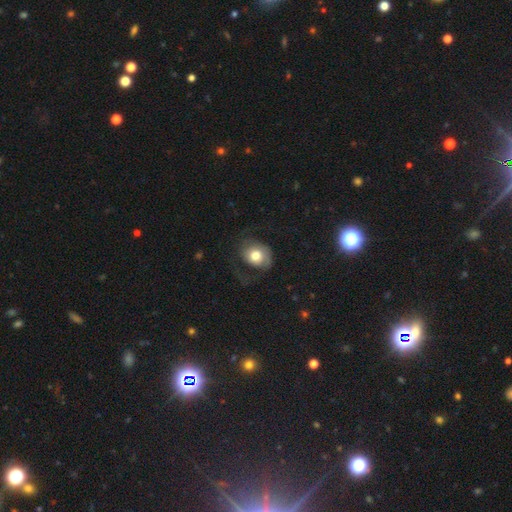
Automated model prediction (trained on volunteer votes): Morphology: type=smooth (66%); roundness=round (56%); merging=none (46%).